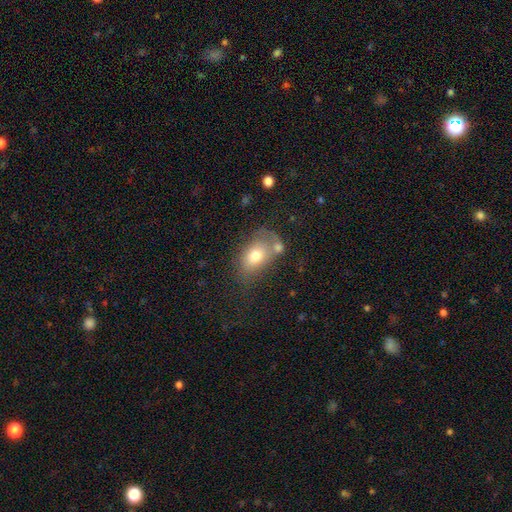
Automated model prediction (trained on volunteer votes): Smooth or featured: smooth — 71% (featured or disk — 19%)
How rounded: in between — 82% (round — 16%)
Merging: none — 44% (merger — 26%)